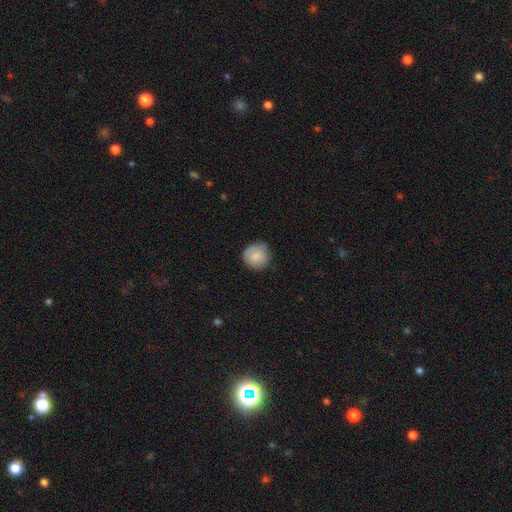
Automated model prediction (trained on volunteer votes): A smooth galaxy with no disk features (80%) that is round (91%).

Vote fractions:
- Smooth or featured? smooth: 80% / featured or disk: 13% / star or artifact: 7%
- How rounded? round: 91% / in between: 8% / cigar-shaped: 1%
- Merging? none: 74% / minor disturbance: 21% / major disturbance: 4% / merger: 1%